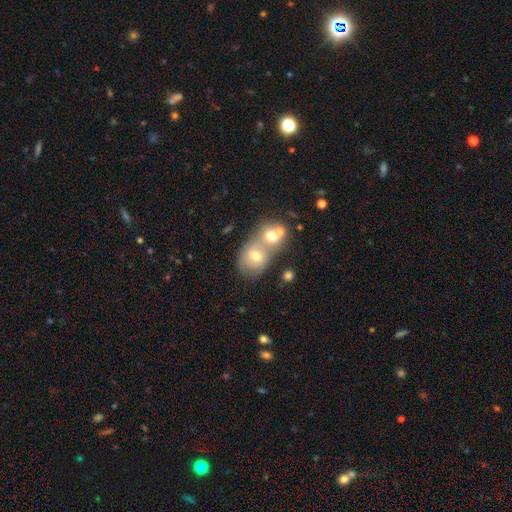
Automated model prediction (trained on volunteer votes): A smooth galaxy with no disk features (51%) that is round (57%). Merging: merger (54%).